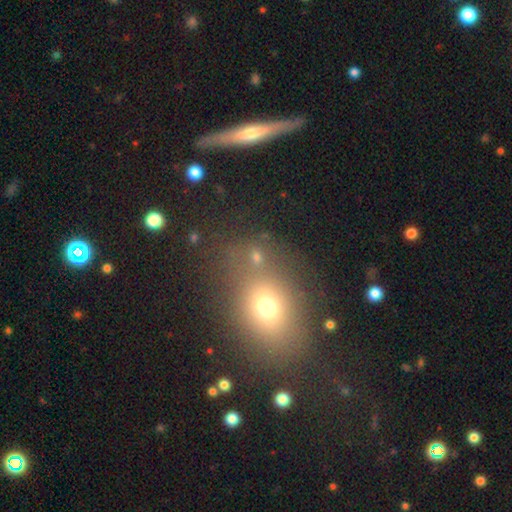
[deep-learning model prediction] smooth 62%, star or artifact 24%, featured or disk 14%. Down the decision tree: how rounded — round (49%); merging — none (66%).